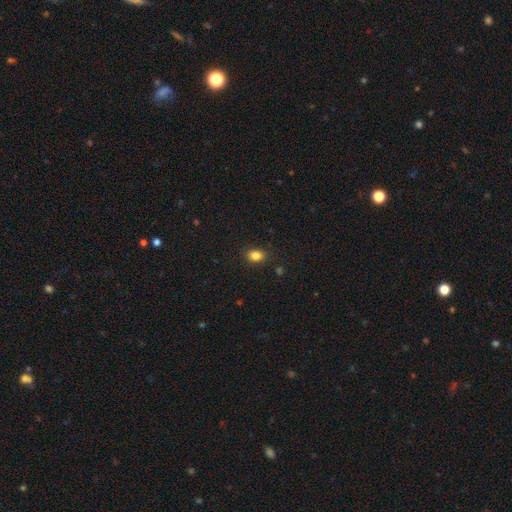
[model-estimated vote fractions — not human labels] This is clearly a smooth galaxy (84%). How rounded: likely in between (67%). Merging: clearly none (87%).